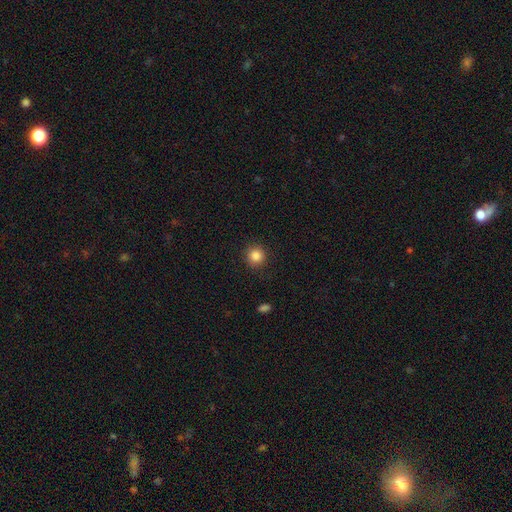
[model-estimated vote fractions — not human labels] smooth-or-featured: smooth: 86% | star or artifact: 10% | featured or disk: 4%
  how-rounded: round: 93% | in between: 6% | cigar-shaped: 1%
  merging: none: 90% | minor disturbance: 6% | major disturbance: 2% | merger: 1%